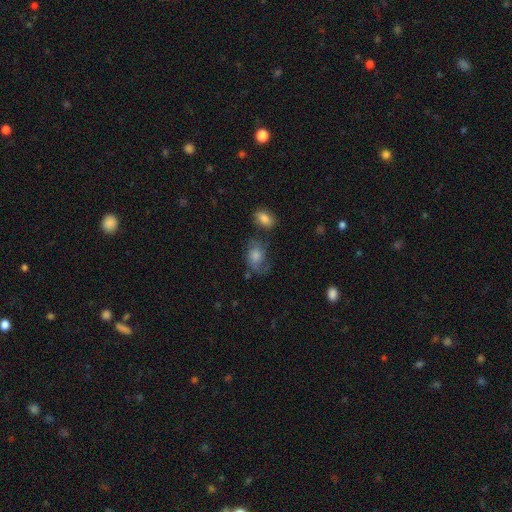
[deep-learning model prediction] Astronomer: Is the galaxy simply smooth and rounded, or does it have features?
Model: smooth — 56% (runner-up: featured or disk, 33%).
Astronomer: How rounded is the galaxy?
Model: in between — 73%.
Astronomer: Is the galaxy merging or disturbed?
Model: none — 46% (runner-up: minor disturbance, 26%).